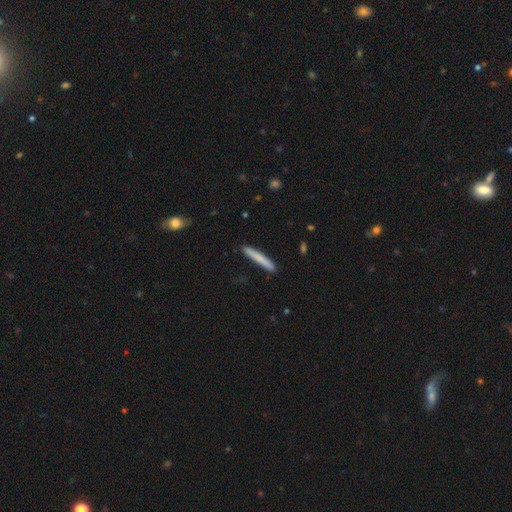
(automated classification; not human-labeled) smooth_or_featured: smooth (p=0.75) [alt: featured or disk p=0.19]
how_rounded: cigar-shaped (p=0.96) [alt: in between p=0.03]
merging: none (p=0.89) [alt: minor disturbance p=0.08]